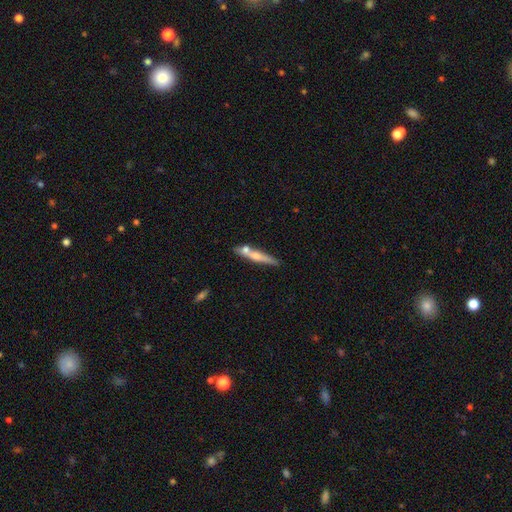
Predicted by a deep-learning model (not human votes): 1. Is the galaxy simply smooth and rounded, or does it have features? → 52% featured or disk, 41% smooth, 7% star or artifact.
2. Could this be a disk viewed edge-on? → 90% yes, 10% no.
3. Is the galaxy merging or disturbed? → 64% none, 18% merger, 14% minor disturbance, 4% major disturbance.